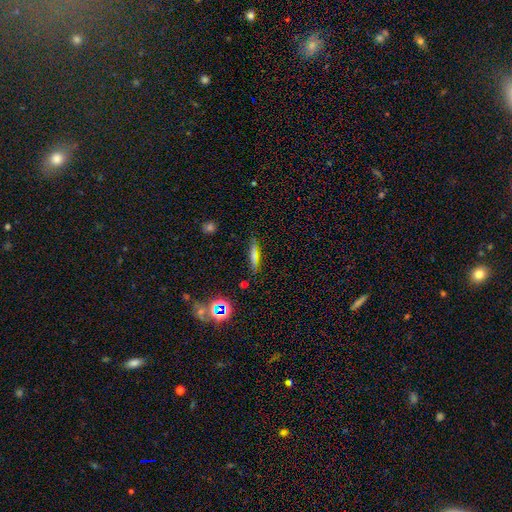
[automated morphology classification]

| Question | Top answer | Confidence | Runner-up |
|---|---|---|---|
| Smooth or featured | smooth | 62% | featured or disk (25%) |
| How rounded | cigar-shaped | 89% | in between (9%) |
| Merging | none | 86% | minor disturbance (10%) |